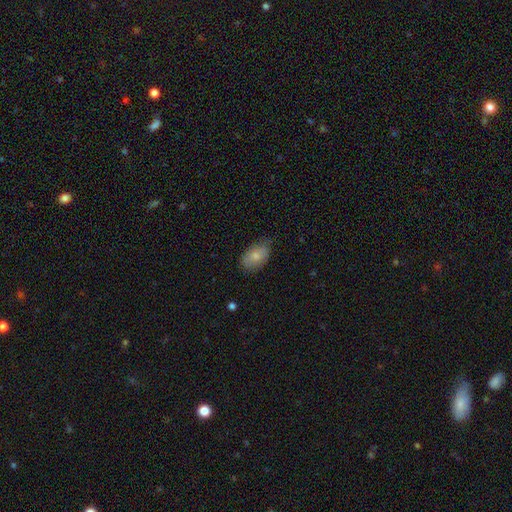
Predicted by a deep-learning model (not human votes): This appears to be a smooth galaxy with no disk features (79%) that is in between round and cigar-shaped (91%). Merging: none (70%).